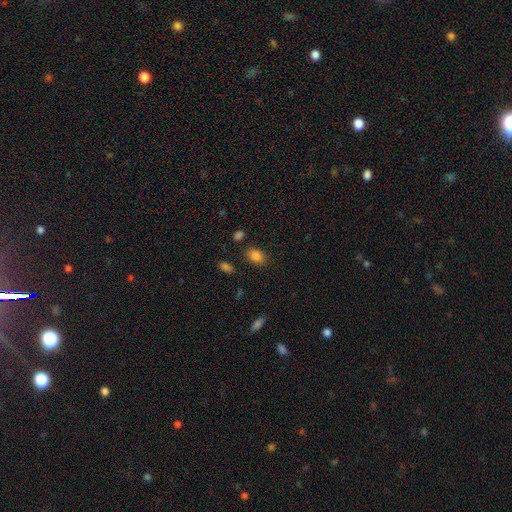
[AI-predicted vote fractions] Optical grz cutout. It shows a smooth galaxy with no disk features (84%) that is in between round and cigar-shaped (81%). Merging: none (81%).